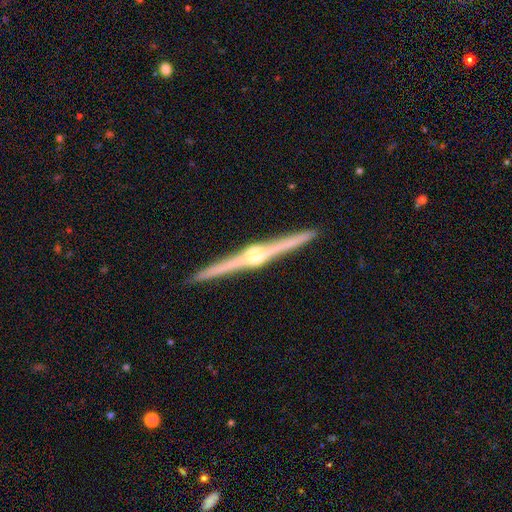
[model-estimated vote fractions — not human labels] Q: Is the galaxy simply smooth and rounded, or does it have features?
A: featured or disk — 90%.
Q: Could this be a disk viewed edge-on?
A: yes — 99%.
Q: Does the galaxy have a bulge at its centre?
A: rounded — 93%.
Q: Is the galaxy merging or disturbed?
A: none — 94%.